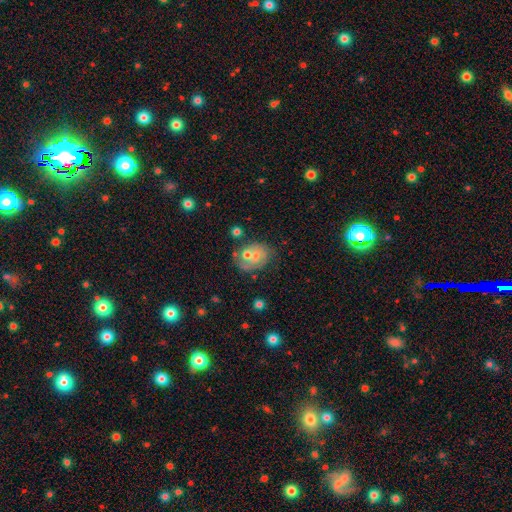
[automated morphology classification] Smooth or featured: featured or disk — 50% (smooth — 40%)
Edge-on disk: no — 97% (yes — 3%)
Merging: none — 44% (merger — 25%)